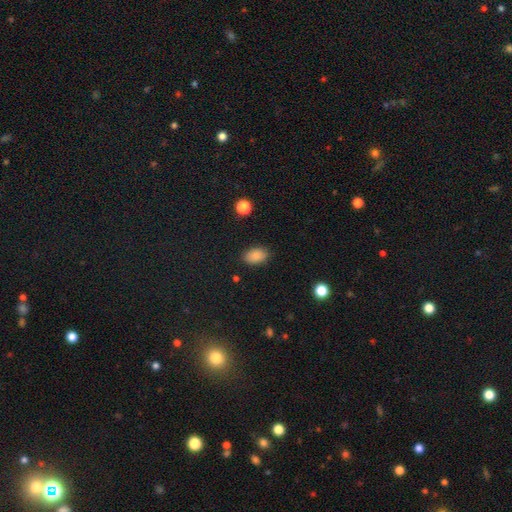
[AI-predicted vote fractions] Overall: smooth (86%). How rounded: in between (86%). Merging: none (86%).